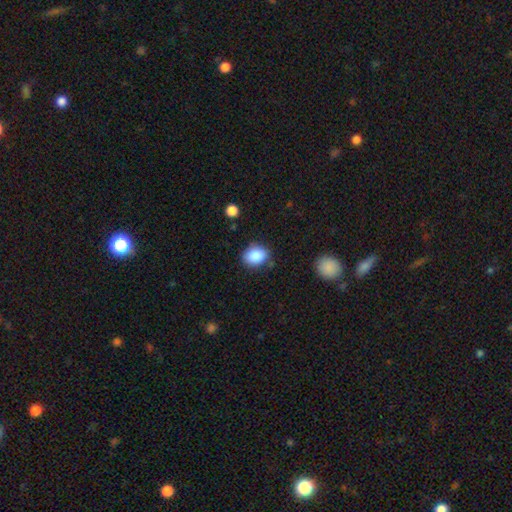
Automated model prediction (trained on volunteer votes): Q: Smooth or featured?
A: smooth (88%); runner-up: star or artifact (8%)
Q: How rounded?
A: in between (60%); runner-up: round (39%)
Q: Merging?
A: none (78%); runner-up: minor disturbance (16%)